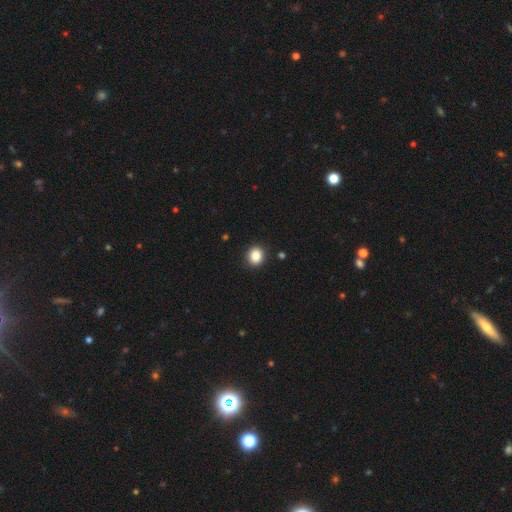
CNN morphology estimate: This is clearly a smooth galaxy (86%). How rounded: likely round (76%). Merging: clearly none (90%).